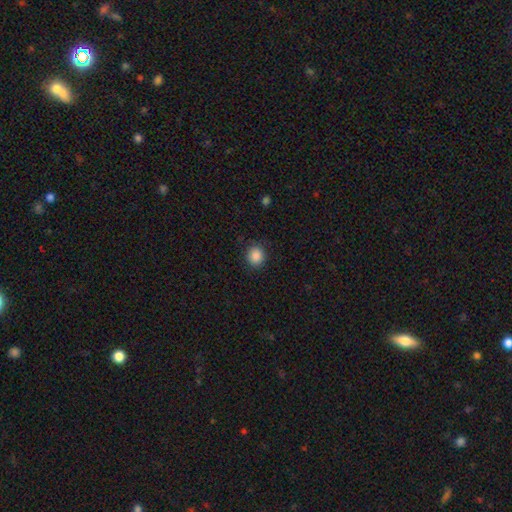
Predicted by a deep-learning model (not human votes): Q: Smooth or featured?
A: smooth (87%); runner-up: star or artifact (10%)
Q: How rounded?
A: round (84%); runner-up: in between (15%)
Q: Merging?
A: none (88%); runner-up: minor disturbance (8%)